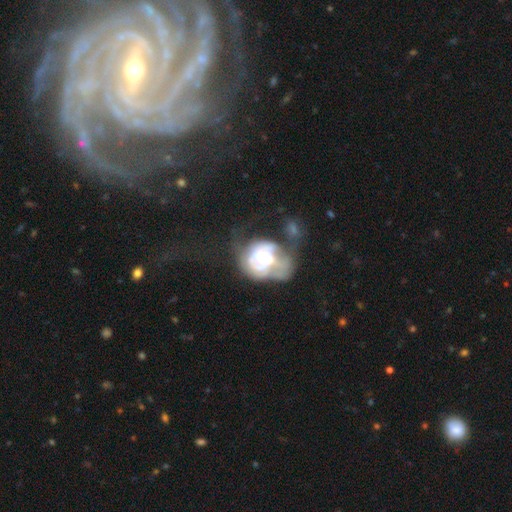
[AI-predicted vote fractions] Q: Smooth or featured?
A: featured or disk (64%); runner-up: smooth (26%)
Q: Edge-on disk?
A: no (97%); runner-up: yes (3%)
Q: Bar?
A: no (75%); runner-up: weak (18%)
Q: Spiral arms?
A: no (73%); runner-up: yes (27%)
Q: Bulge size?
A: moderate (56%); runner-up: small (18%)
Q: Merging?
A: merger (43%); runner-up: major disturbance (32%)